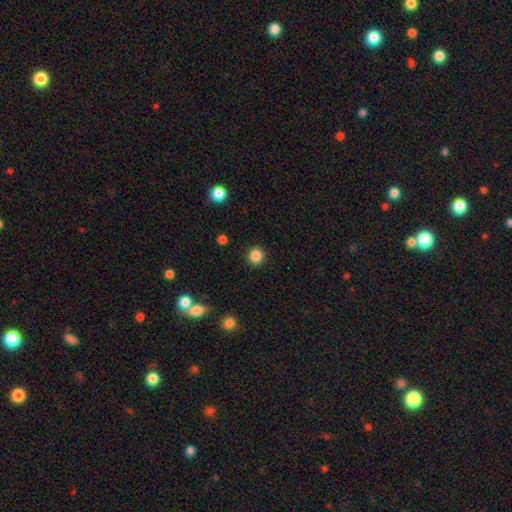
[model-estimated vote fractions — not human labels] smooth_or_featured: smooth (p=0.85) [alt: star or artifact p=0.11]
how_rounded: round (p=0.93) [alt: in between p=0.06]
merging: none (p=0.92) [alt: minor disturbance p=0.05]